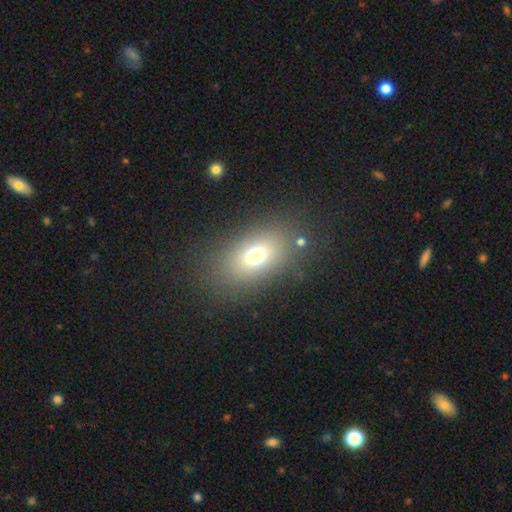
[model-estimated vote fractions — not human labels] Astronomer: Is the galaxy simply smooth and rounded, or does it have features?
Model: smooth — 71%.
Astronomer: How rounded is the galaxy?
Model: in between — 80%.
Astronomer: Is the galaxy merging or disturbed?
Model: none — 82%.